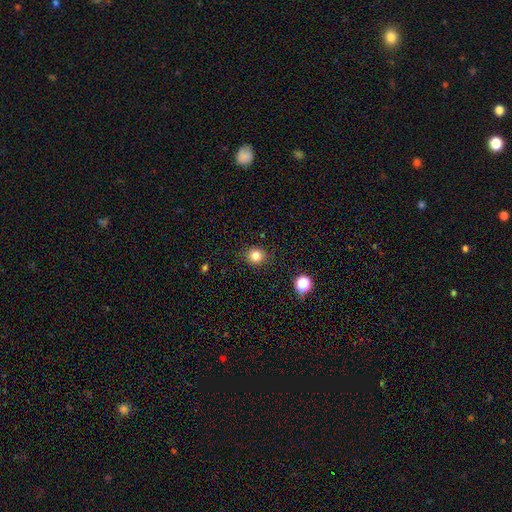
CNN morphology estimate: This is clearly a smooth galaxy (82%). How rounded: clearly round (82%). Merging: clearly none (86%).